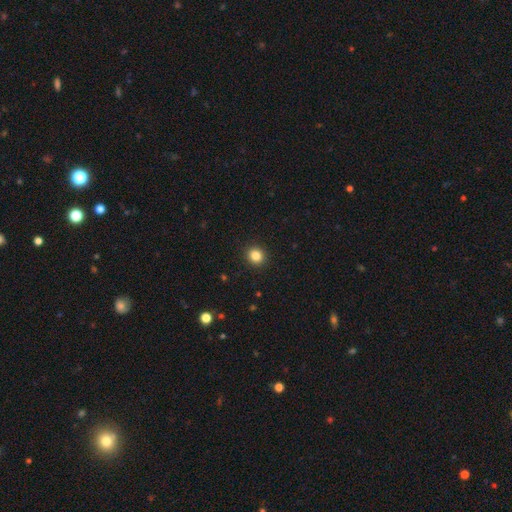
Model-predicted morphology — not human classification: Smooth or featured? smooth (83%)
How rounded? round (88%)
Merging? none (93%)